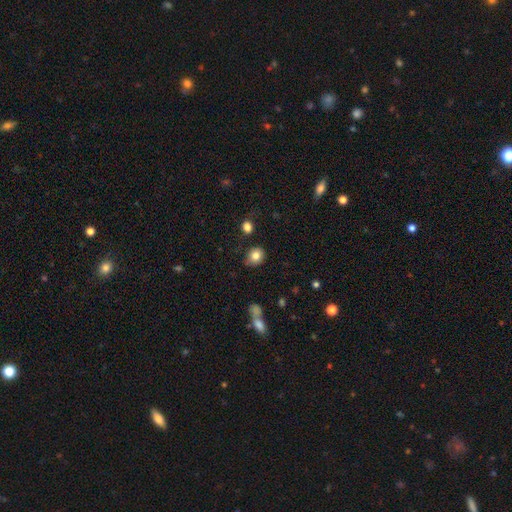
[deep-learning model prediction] This is clearly a smooth galaxy (83%). How rounded: likely round (72%). Merging: likely none (77%).